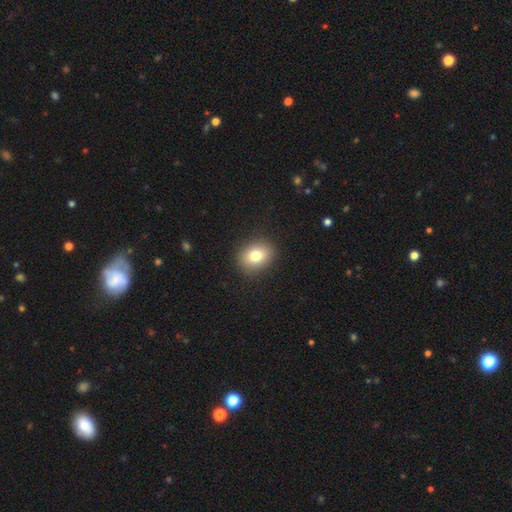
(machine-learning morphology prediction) smooth 79%, featured or disk 11%, star or artifact 10%. Down the decision tree: how rounded — round (54%); merging — none (89%).